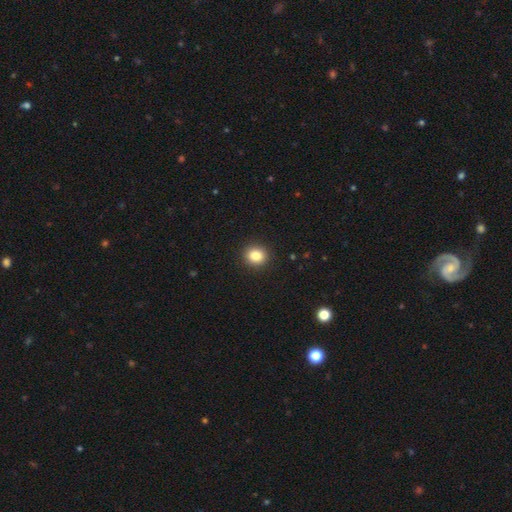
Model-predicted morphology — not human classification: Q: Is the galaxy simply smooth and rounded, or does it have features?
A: smooth — 85%.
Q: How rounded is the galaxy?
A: round — 78%.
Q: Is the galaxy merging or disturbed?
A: none — 92%.